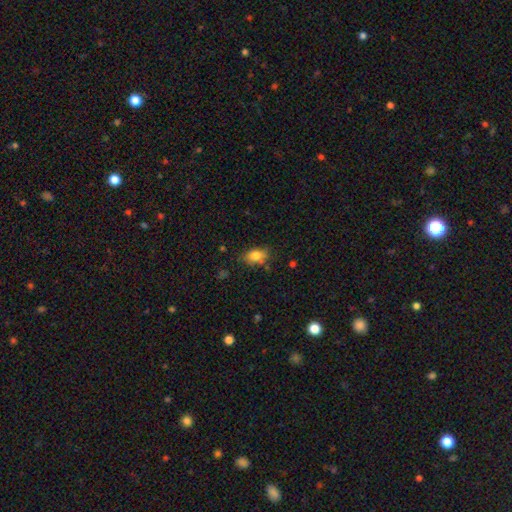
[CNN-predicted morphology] type=smooth (78%); roundness=in between (83%); merging=none (66%).